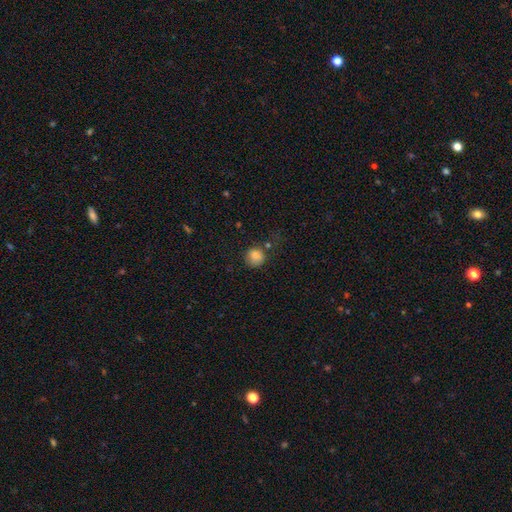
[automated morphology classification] A smooth galaxy with no disk features (83%) that is round (86%). Merging: none (68%).